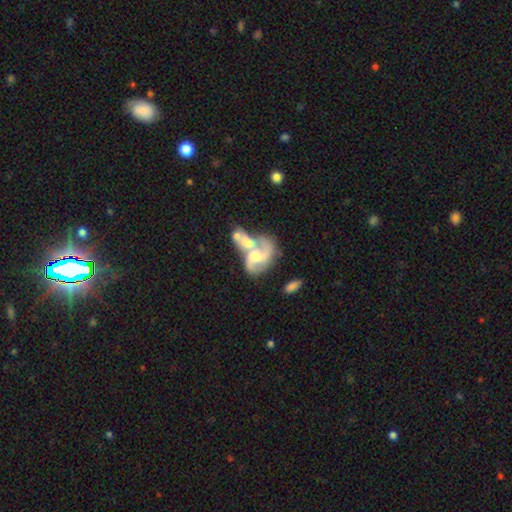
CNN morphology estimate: This appears to be a featured or disk galaxy (76%) with no bar (52%), 2 (81%) loose (53%) spiral arms (86%) and a moderate central bulge (52%). Merging: merger (65%).